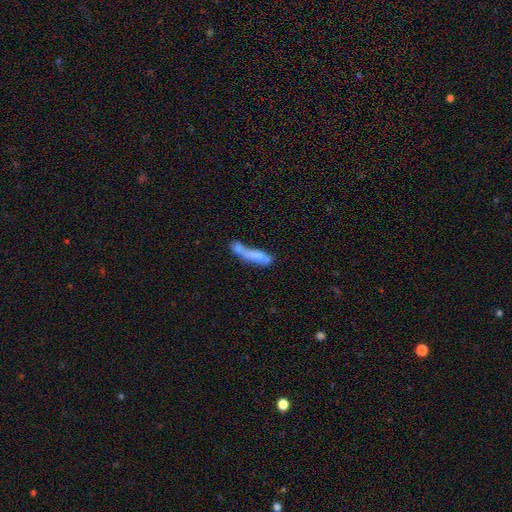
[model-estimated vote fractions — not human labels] A smooth galaxy with no disk features (59%) that is cigar-shaped (71%). Merging: merger (49%).